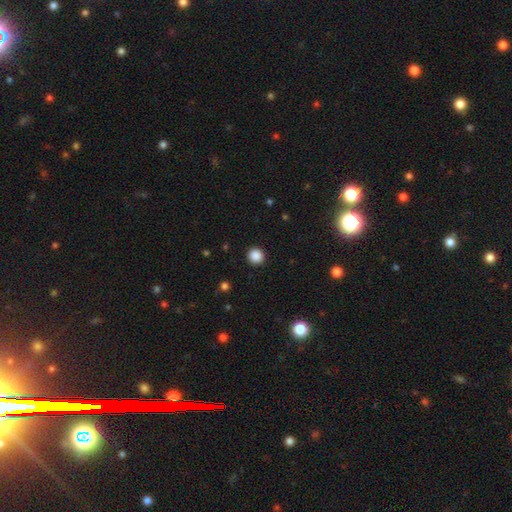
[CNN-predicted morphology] Smooth or featured: smooth — 87% (star or artifact — 10%)
How rounded: round — 95% (in between — 4%)
Merging: none — 93% (minor disturbance — 4%)